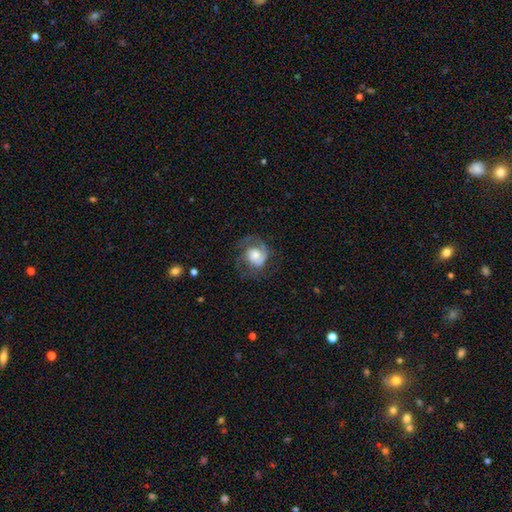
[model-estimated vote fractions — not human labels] Smooth or featured? Predicted: featured or disk (p=0.63). Edge-on disk? Predicted: no (p=0.98). Bar? Predicted: no (p=0.74). Spiral arms? Predicted: yes (p=0.87). Spiral winding? Predicted: medium (p=0.42). Spiral arm count? Predicted: 2 (p=0.42). Bulge size? Predicted: moderate (p=0.48). Merging? Predicted: none (p=0.52).